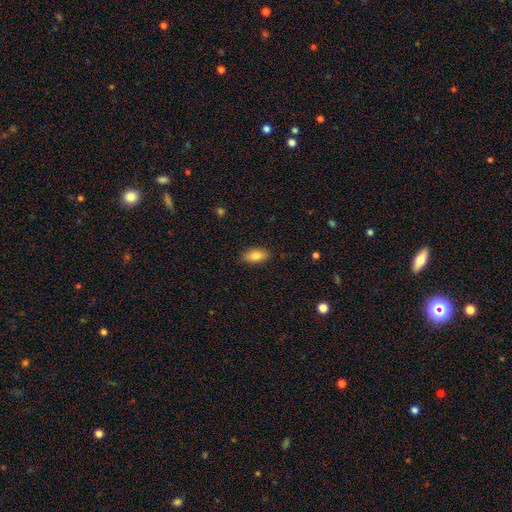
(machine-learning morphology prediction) Smooth or featured?
  - smooth: 84% *
  - featured or disk: 8%
  - star or artifact: 7%
How rounded?
  - in between: 90% *
  - round: 5%
  - cigar-shaped: 5%
Merging?
  - none: 85% *
  - minor disturbance: 11%
  - major disturbance: 3%
  - merger: 1%